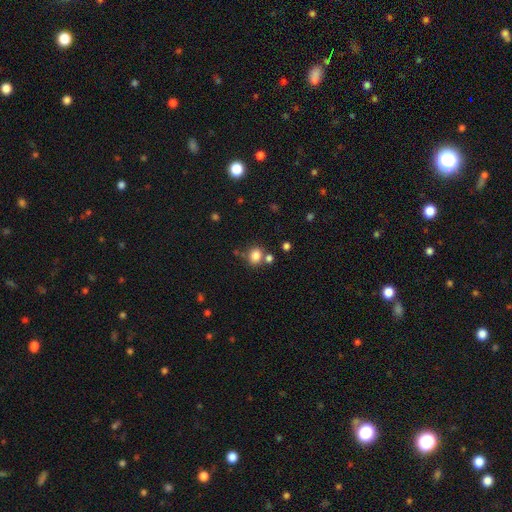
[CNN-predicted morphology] smooth_or_featured: smooth (p=0.82) [alt: star or artifact p=0.12]
how_rounded: round (p=0.59) [alt: in between p=0.40]
merging: none (p=0.65) [alt: merger p=0.17]